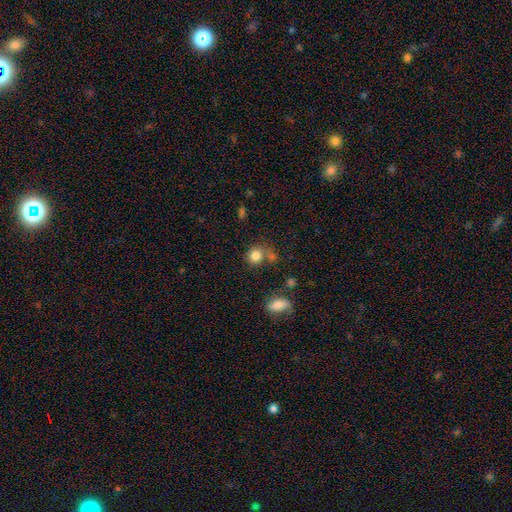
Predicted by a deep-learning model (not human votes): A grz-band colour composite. It shows a smooth galaxy with no disk features (83%) that is round (80%). Merging: none (61%).